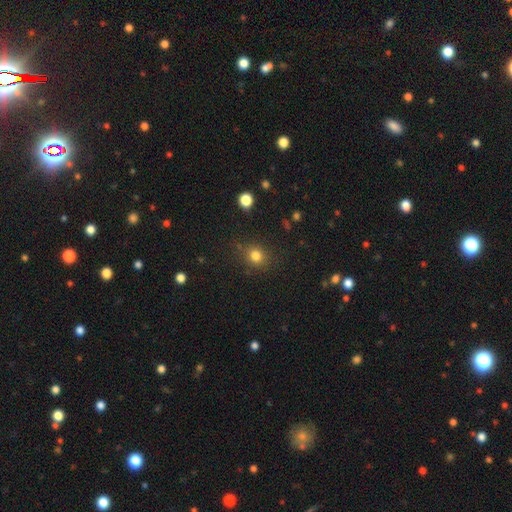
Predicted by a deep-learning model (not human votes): Smooth or featured? smooth (80%)
How rounded? round (78%)
Merging? none (82%)